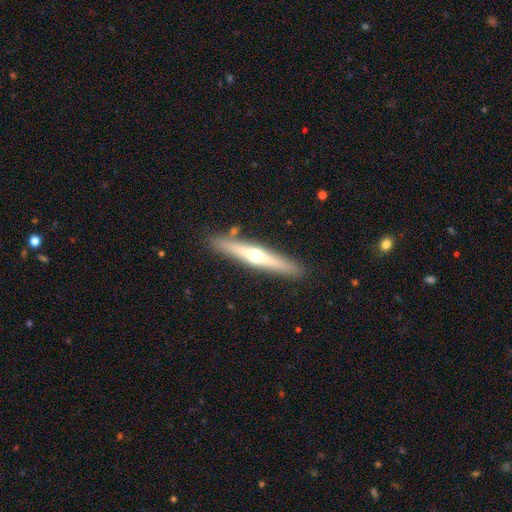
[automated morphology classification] type=featured or disk (62%); edge-on=yes (95%); edge-on bulge=rounded (89%); merging=none (88%).